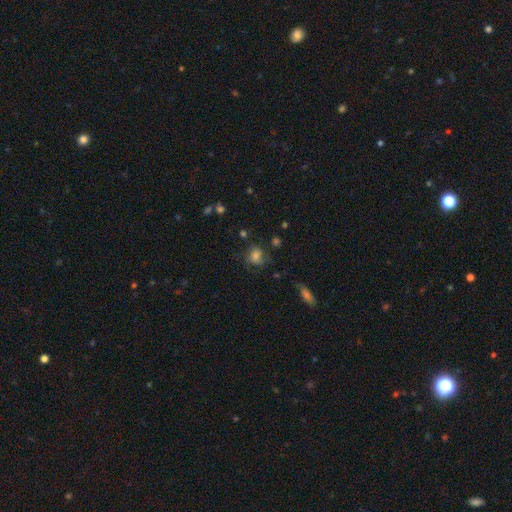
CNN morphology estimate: Smooth or featured? smooth (65%)
How rounded? round (54%)
Merging? none (56%)